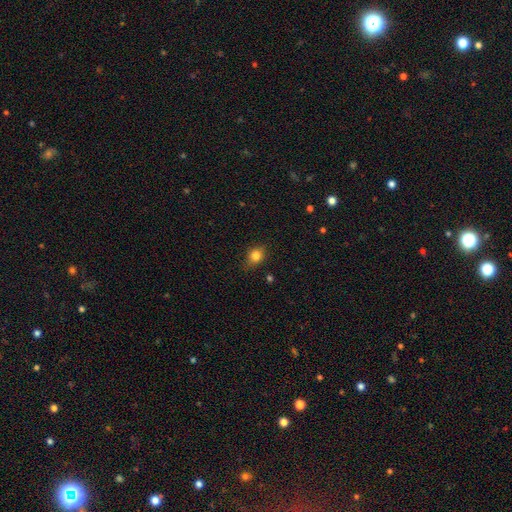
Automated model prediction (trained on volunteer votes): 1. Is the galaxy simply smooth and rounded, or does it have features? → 83% smooth, 11% star or artifact, 6% featured or disk.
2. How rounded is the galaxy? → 58% round, 41% in between, 1% cigar-shaped.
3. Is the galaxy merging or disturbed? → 79% none, 16% minor disturbance, 3% major disturbance, 1% merger.